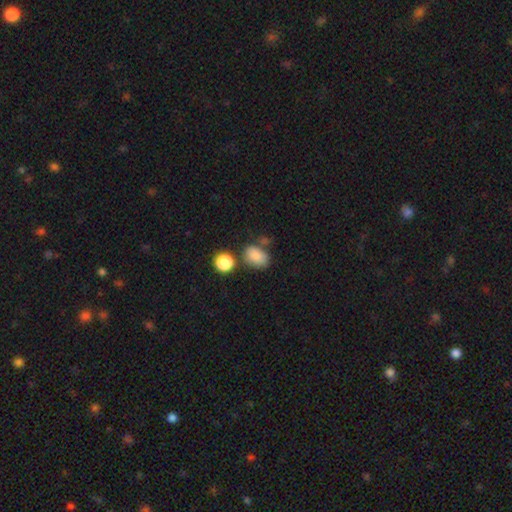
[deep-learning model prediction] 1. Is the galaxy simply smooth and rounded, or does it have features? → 84% smooth, 10% star or artifact, 7% featured or disk.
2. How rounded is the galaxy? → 77% in between, 22% round, 1% cigar-shaped.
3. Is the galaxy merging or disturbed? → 58% none, 19% minor disturbance, 16% merger, 7% major disturbance.